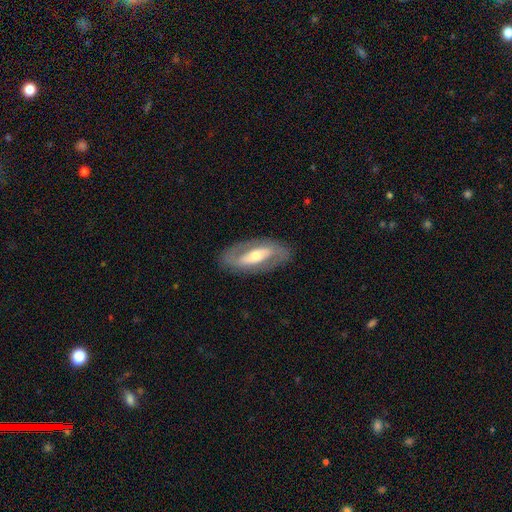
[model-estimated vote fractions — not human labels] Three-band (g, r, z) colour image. It shows a featured or disk galaxy (77%) with a strong bar (53%), 2 (85%) medium (43%) spiral arms (75%) and a moderate central bulge (57%). Merging: none (84%).